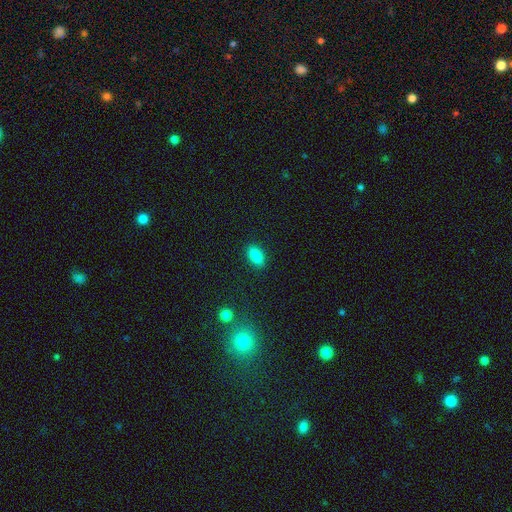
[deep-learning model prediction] Morphology: type=smooth (86%); roundness=in between (90%); merging=none (88%).